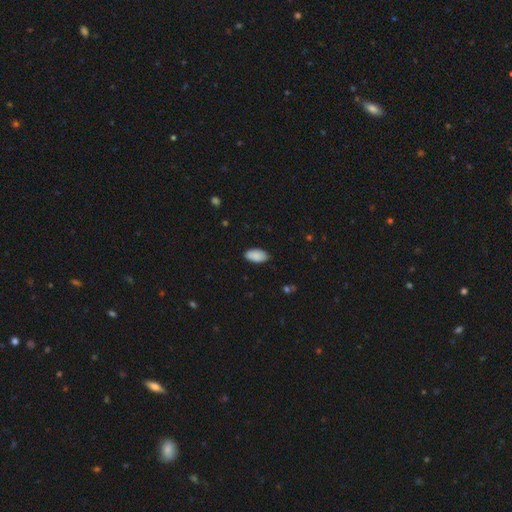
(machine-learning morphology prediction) Smooth or featured? smooth (89%)
How rounded? in between (95%)
Merging? none (85%)